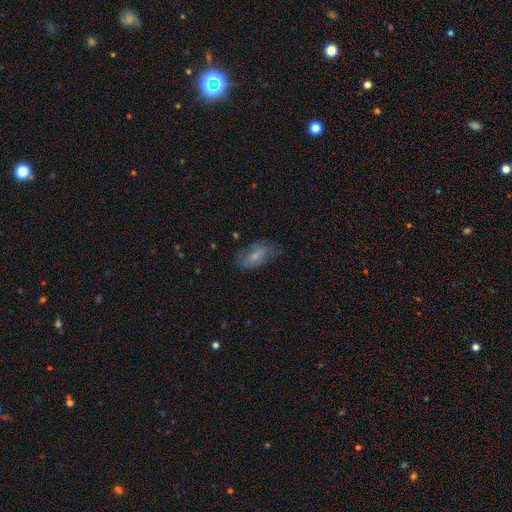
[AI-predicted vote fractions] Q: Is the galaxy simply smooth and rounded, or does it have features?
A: smooth — 65%.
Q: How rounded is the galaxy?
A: in between — 88%.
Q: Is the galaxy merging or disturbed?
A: none — 61%.